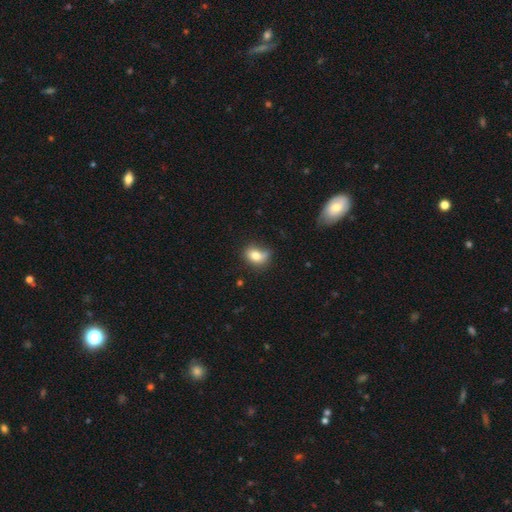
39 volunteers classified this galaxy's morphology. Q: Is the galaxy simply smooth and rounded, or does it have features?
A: smooth — 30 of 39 (77%).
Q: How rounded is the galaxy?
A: in between — 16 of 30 (53%).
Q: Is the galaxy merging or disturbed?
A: none — 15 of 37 (41%).